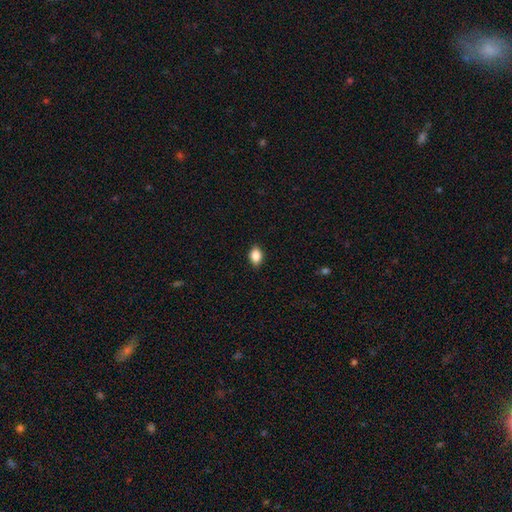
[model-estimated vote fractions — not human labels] Morphology: type=smooth (86%); roundness=in between (77%); merging=none (87%).